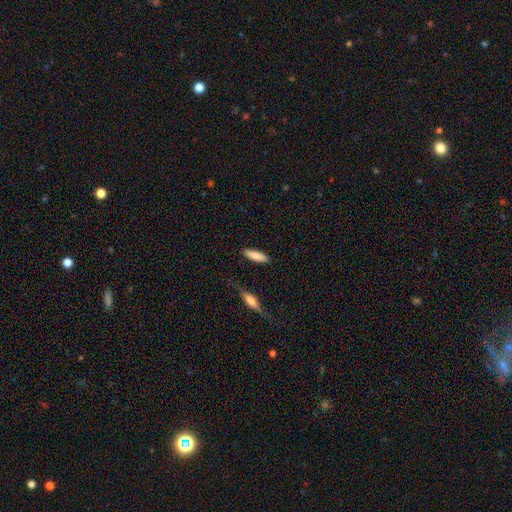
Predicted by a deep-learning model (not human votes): Smooth or featured? smooth (84%)
How rounded? cigar-shaped (56%)
Merging? none (84%)